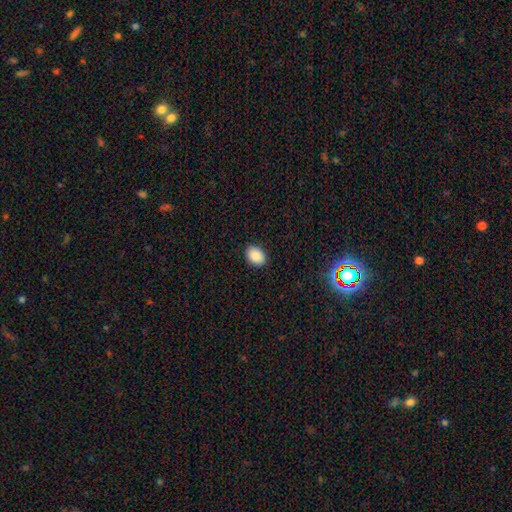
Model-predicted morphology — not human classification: Smooth or featured? Predicted: smooth (p=0.89). How rounded? Predicted: in between (p=0.77). Merging? Predicted: none (p=0.89).